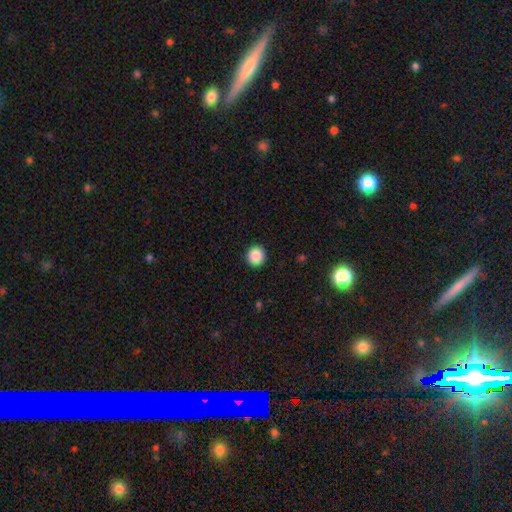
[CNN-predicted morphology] The model was most divided on "smooth or featured": smooth: 88%, star or artifact: 9%, featured or disk: 3%. More confident: merging — none (92%); how rounded — round (91%).